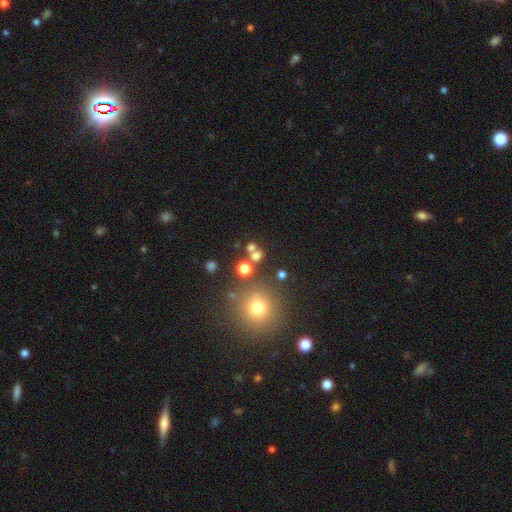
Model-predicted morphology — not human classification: type=smooth (65%); roundness=round (85%); merging=none (64%).